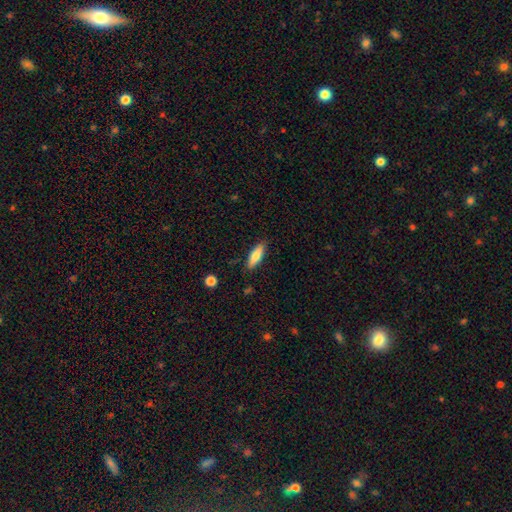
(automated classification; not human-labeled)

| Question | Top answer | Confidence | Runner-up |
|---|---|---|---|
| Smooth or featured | smooth | 75% | featured or disk (19%) |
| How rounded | in between | 49% | tied: cigar-shaped (49%) |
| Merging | none | 85% | minor disturbance (11%) |